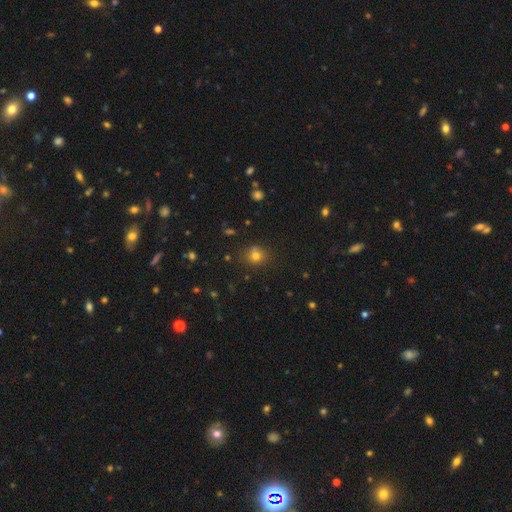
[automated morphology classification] A smooth galaxy with no disk features (73%) that is round (71%).

Vote fractions:
- Smooth or featured? smooth: 73% / star or artifact: 18% / featured or disk: 9%
- How rounded? round: 71% / in between: 28% / cigar-shaped: 1%
- Merging? none: 67% / minor disturbance: 17% / merger: 11% / major disturbance: 5%